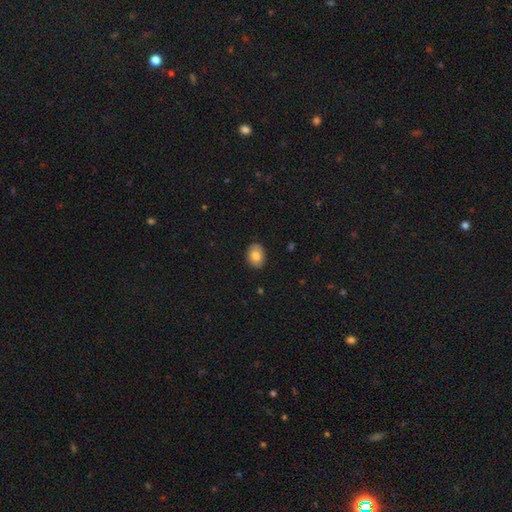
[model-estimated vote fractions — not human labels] Overall: smooth (82%). How rounded: in between (69%; round 30%). Merging: none (87%).